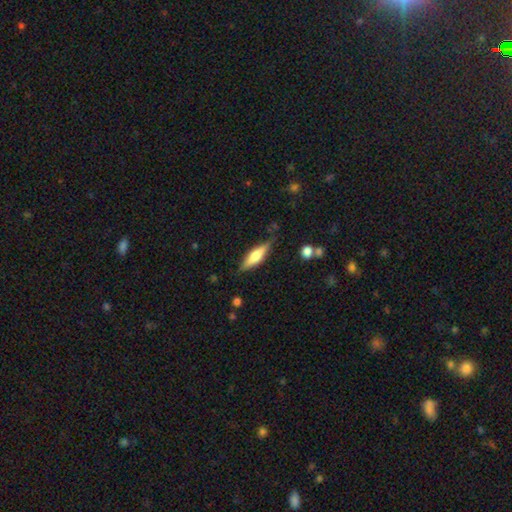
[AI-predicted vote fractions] A featured or disk galaxy (48%). Merging: none (80%).